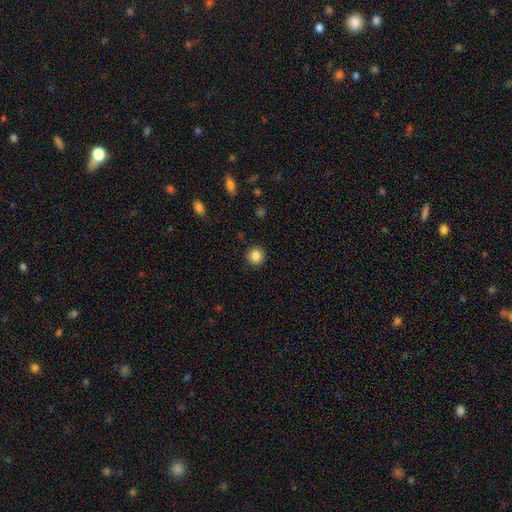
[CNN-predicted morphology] The model was most divided on "smooth or featured": smooth: 84%, star or artifact: 10%, featured or disk: 6%. More confident: how rounded — round (94%); merging — none (92%).